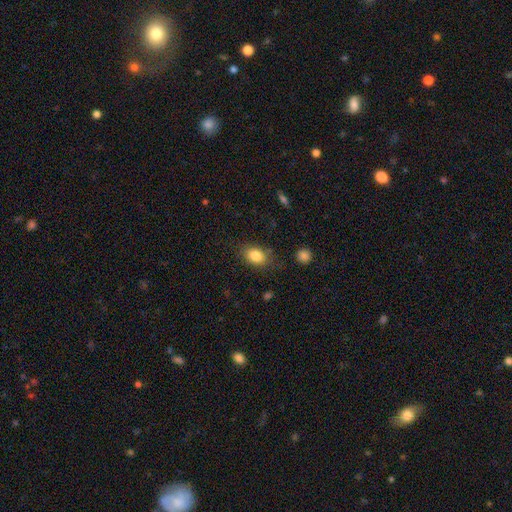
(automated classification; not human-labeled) Smooth or featured? smooth (83%)
How rounded? in between (73%)
Merging? none (77%)